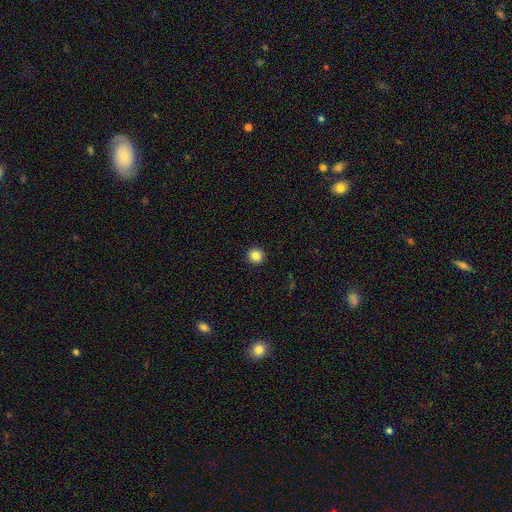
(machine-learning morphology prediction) smooth 85%, star or artifact 10%, featured or disk 5%. Down the decision tree: how rounded — round (95%); merging — none (93%).